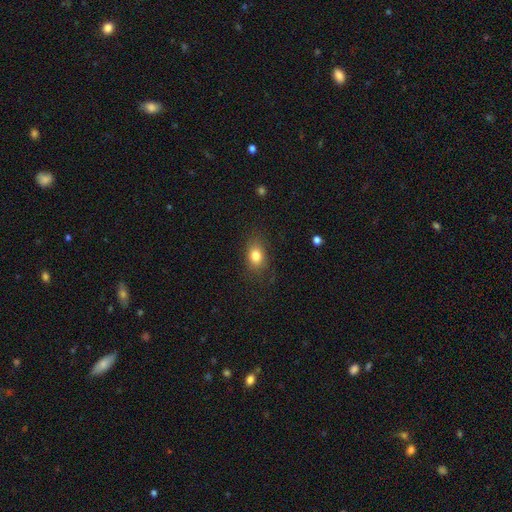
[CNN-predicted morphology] A smooth galaxy with no disk features (81%) that is in between round and cigar-shaped (72%).

Vote fractions:
- Smooth or featured? smooth: 81% / star or artifact: 10% / featured or disk: 9%
- How rounded? in between: 72% / round: 26% / cigar-shaped: 2%
- Merging? none: 80% / minor disturbance: 14% / major disturbance: 5% / merger: 1%